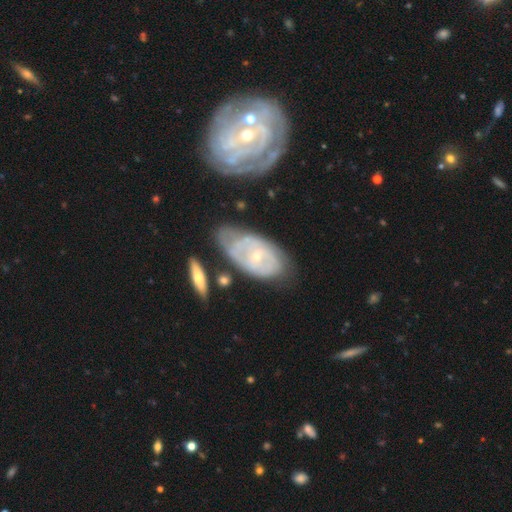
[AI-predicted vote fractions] Smooth or featured?
  - featured or disk: 69% *
  - smooth: 24%
  - star or artifact: 7%
Edge-on disk?
  - no: 93% *
  - yes: 7%
Bar?
  - no: 63% *
  - weak: 29%
  - strong: 8%
Spiral arms?
  - yes: 69% *
  - no: 31%
Bulge size?
  - small: 75% *
  - moderate: 21%
  - none: 2%
  - large: 1%
  - dominant: 1%
Merging?
  - none: 51% *
  - minor disturbance: 27%
  - major disturbance: 14%
  - merger: 8%